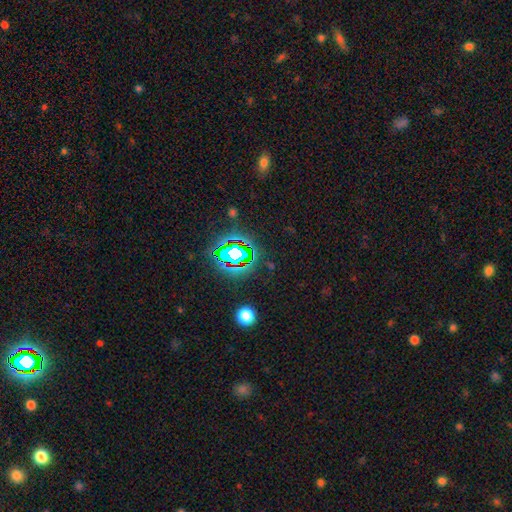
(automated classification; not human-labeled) This is likely a star or artifact rather than a galaxy (75%).